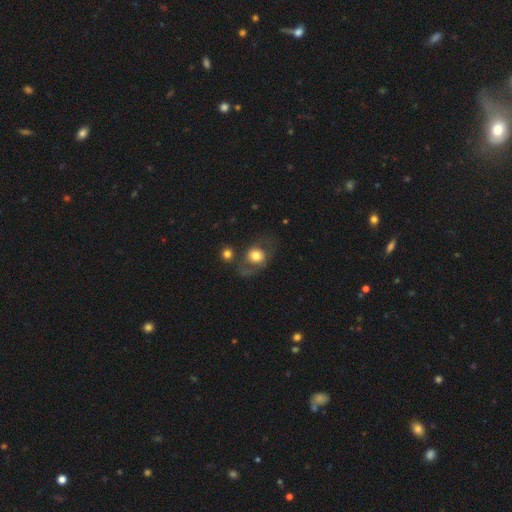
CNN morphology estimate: type=smooth (64%); roundness=round (68%); merging=none (51%).